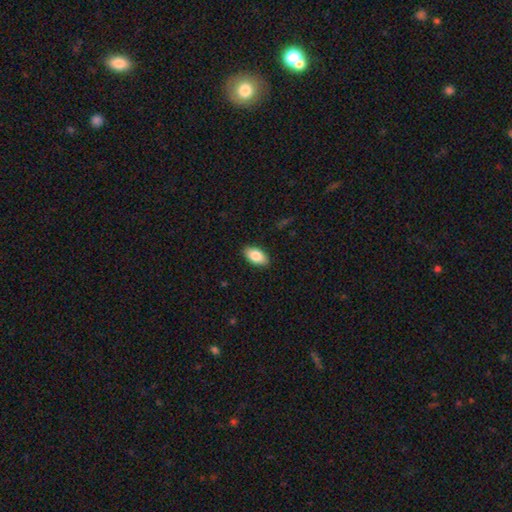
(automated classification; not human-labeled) Smooth or featured? smooth (83%)
How rounded? in between (93%)
Merging? none (89%)